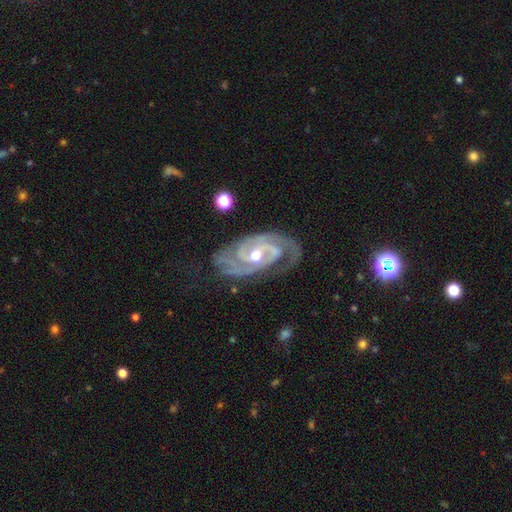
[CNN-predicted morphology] This is clearly a featured or disk galaxy (92%). It is clearly not viewed edge-on (96%). Bar: marginally no (44%). Spiral arm pattern: clearly yes (98%). Spiral arm count: possibly 2 (52%). Spiral winding: possibly tight (53%). Central bulge: likely moderate (65%). Merging: likely none (69%).